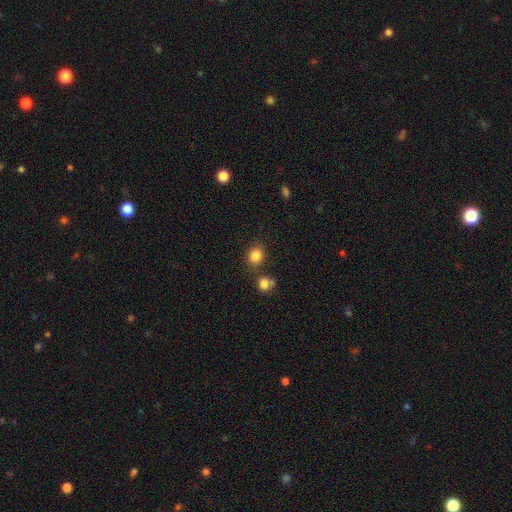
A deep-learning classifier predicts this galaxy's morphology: The model was most divided on "how rounded": round: 65%, in between: 34%, cigar-shaped: 1%. More confident: smooth or featured — smooth (85%); merging — none (76%).